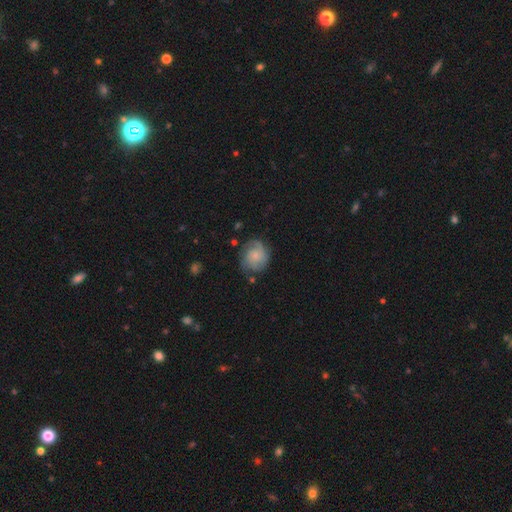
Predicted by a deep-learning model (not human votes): A featured or disk galaxy (61%) with no bar (75%), 2 (43%) tight (51%) spiral arms (91%) and a small central bulge (61%).

Vote fractions:
- Smooth or featured? featured or disk: 61% / smooth: 32% / star or artifact: 7%
- Edge-on disk? no: 98% / yes: 2%
- Bar? no: 75% / weak: 22% / strong: 3%
- Spiral arms? yes: 91% / no: 9%
- Spiral winding? tight: 51% / medium: 36% / loose: 13%
- Spiral arm count? 2: 43% / can't tell: 24% / 3: 17% / 1: 9% / 4: 4% / more than 4: 3%
- Bulge size? small: 61% / moderate: 21% / none: 14% / large: 3% / dominant: 1%
- Merging? none: 68% / minor disturbance: 21% / major disturbance: 9% / merger: 3%